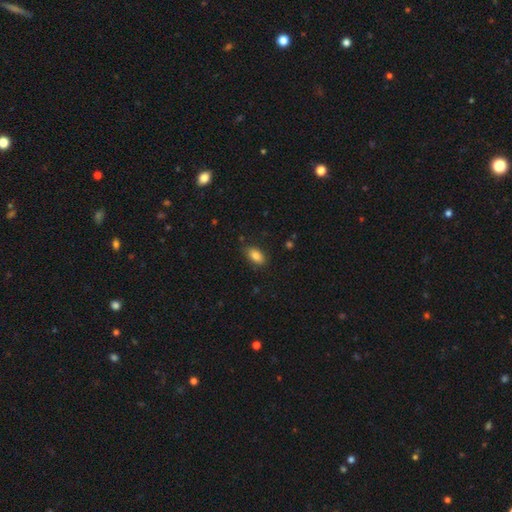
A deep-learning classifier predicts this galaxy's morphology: smooth_or_featured: smooth (p=0.85) [alt: star or artifact p=0.08]
how_rounded: in between (p=0.90) [alt: round p=0.05]
merging: none (p=0.82) [alt: minor disturbance p=0.14]